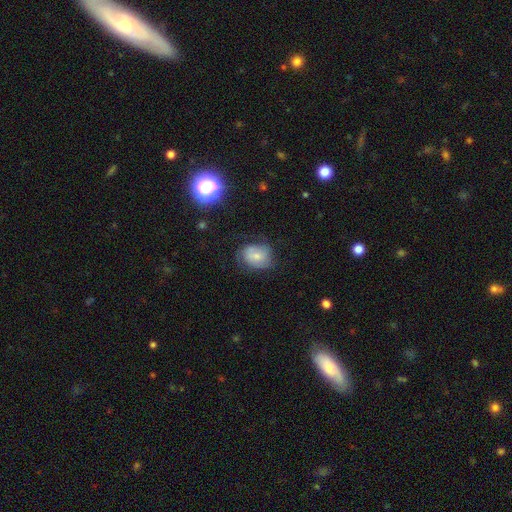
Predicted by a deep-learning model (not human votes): Smooth or featured? Predicted: smooth (p=0.54). How rounded? Predicted: in between (p=0.52). Merging? Predicted: none (p=0.57).